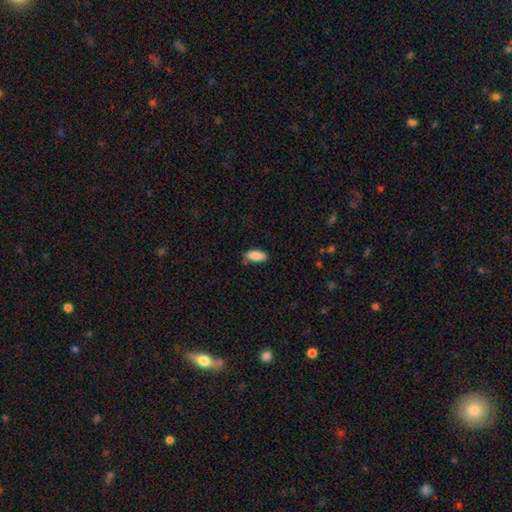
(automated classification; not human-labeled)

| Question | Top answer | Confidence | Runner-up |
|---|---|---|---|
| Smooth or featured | smooth | 89% | star or artifact (7%) |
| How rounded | in between | 89% | cigar-shaped (8%) |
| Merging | none | 75% | minor disturbance (20%) |